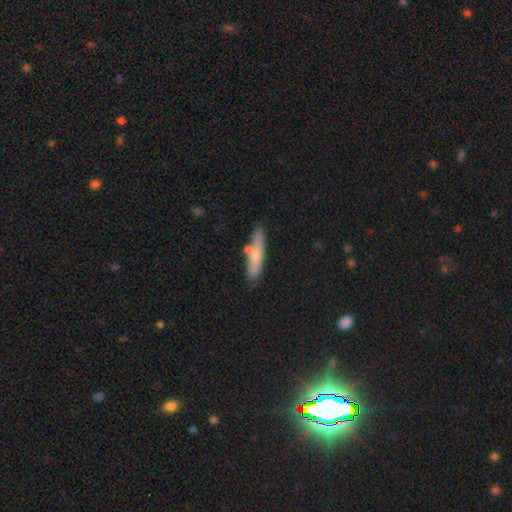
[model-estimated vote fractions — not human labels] Smooth or featured: smooth — 68% (featured or disk — 26%)
How rounded: cigar-shaped — 82% (in between — 16%)
Merging: none — 69% (minor disturbance — 17%)